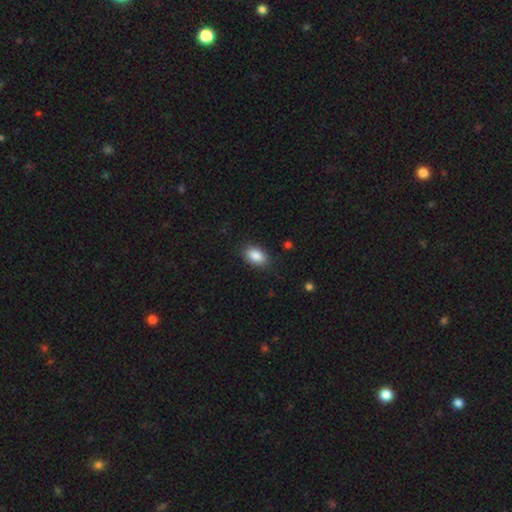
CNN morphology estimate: Smooth or featured? Predicted: smooth (p=0.87). How rounded? Predicted: in between (p=0.87). Merging? Predicted: none (p=0.86).